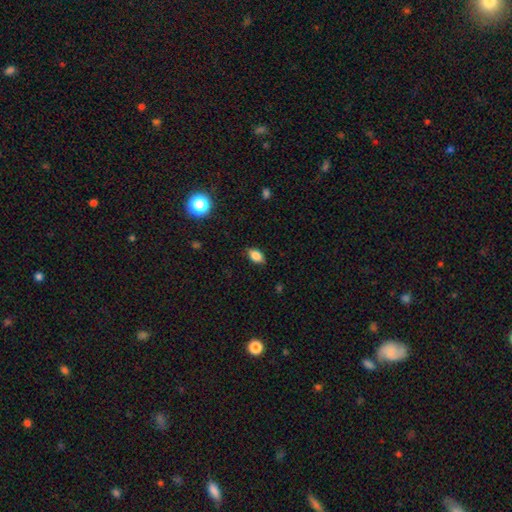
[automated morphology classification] Smooth or featured? Predicted: smooth (p=0.83). How rounded? Predicted: in between (p=0.87). Merging? Predicted: none (p=0.84).